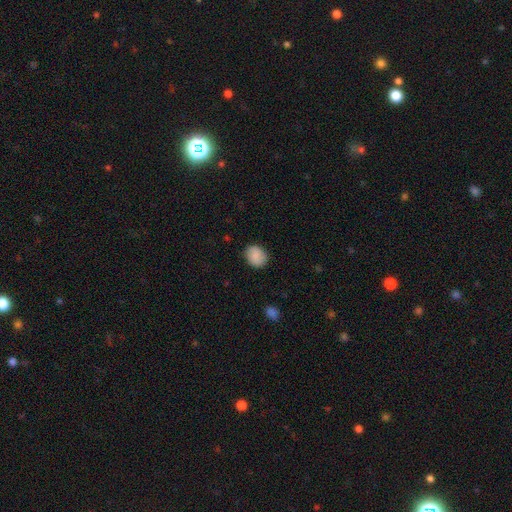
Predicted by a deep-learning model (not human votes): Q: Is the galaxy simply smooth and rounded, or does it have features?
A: smooth — 87%.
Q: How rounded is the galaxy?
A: round — 64%.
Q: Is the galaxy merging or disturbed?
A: none — 85%.